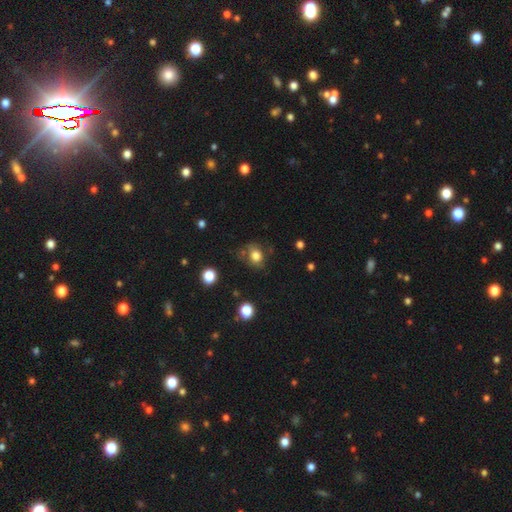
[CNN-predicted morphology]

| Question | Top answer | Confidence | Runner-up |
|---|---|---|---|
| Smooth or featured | smooth | 77% | star or artifact (12%) |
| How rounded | round | 61% | in between (38%) |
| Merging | none | 64% | minor disturbance (22%) |